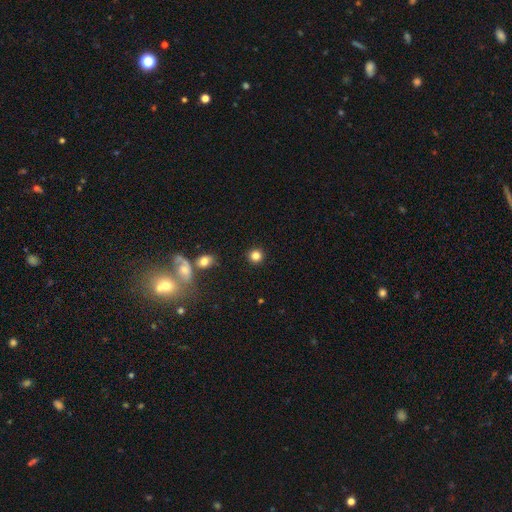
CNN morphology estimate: A smooth galaxy with no disk features (82%) that is round (92%).

Vote fractions:
- Smooth or featured? smooth: 82% / star or artifact: 12% / featured or disk: 6%
- How rounded? round: 92% / in between: 7% / cigar-shaped: 1%
- Merging? none: 90% / minor disturbance: 5% / merger: 3% / major disturbance: 2%